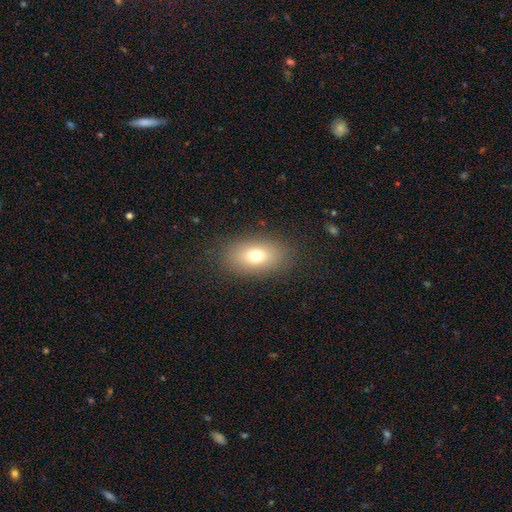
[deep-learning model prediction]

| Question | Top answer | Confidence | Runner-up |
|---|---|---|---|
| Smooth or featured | smooth | 74% | featured or disk (15%) |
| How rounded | in between | 85% | round (12%) |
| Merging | none | 86% | minor disturbance (9%) |